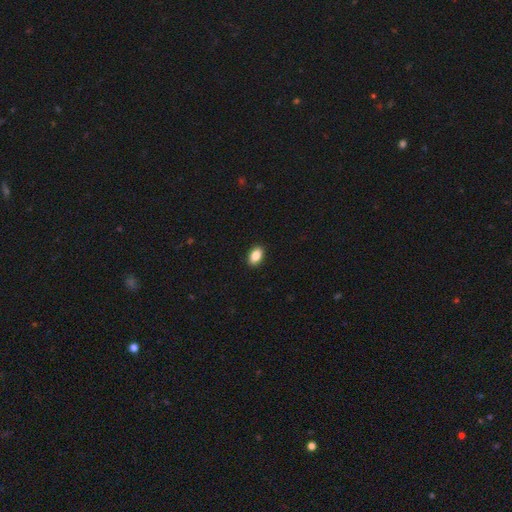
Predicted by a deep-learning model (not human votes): This appears to be a smooth galaxy with no disk features (86%) that is in between round and cigar-shaped (89%). Merging: none (91%).